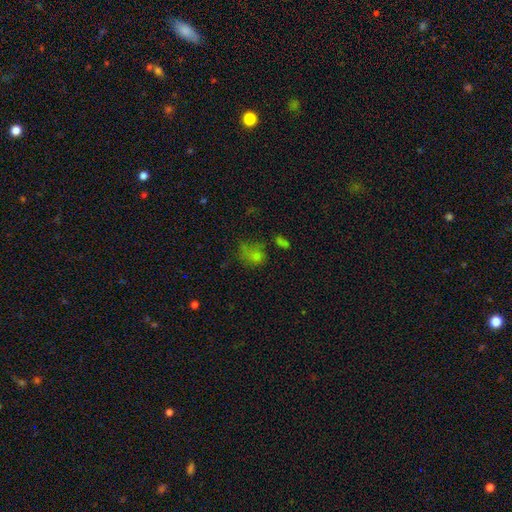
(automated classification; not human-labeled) smooth 55%, star or artifact 28%, featured or disk 18%. Down the decision tree: how rounded — round (53%); merging — none (40%).